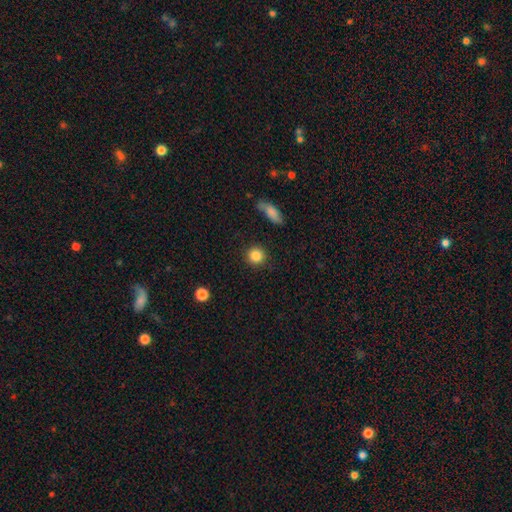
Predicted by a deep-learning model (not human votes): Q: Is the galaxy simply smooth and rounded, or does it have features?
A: smooth — 86%.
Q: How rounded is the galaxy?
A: round — 92%.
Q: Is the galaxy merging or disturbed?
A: none — 90%.